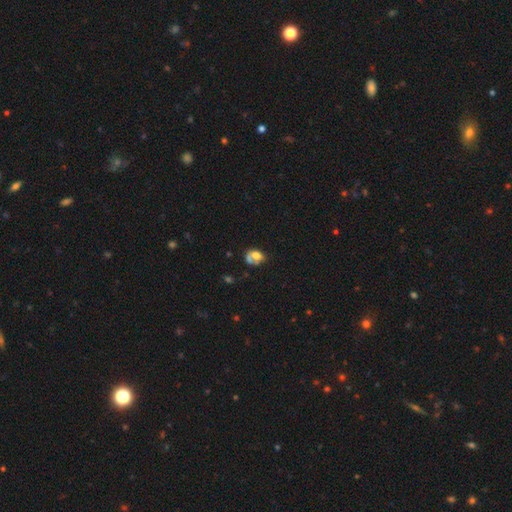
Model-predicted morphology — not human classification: Smooth or featured? smooth (59%)
How rounded? in between (62%)
Merging? none (31%)